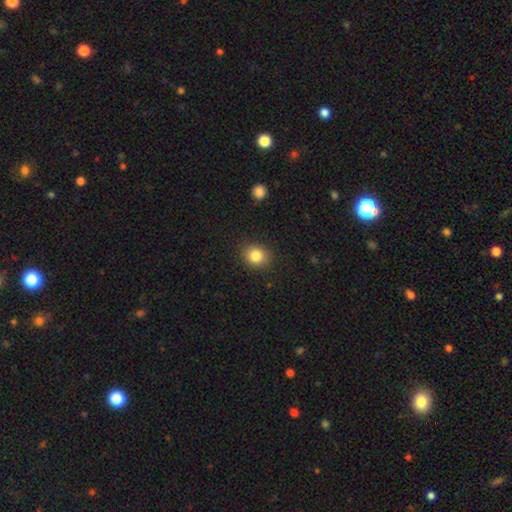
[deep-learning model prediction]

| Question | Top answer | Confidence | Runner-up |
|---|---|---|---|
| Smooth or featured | smooth | 84% | star or artifact (10%) |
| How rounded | round | 70% | in between (29%) |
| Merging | none | 88% | minor disturbance (8%) |